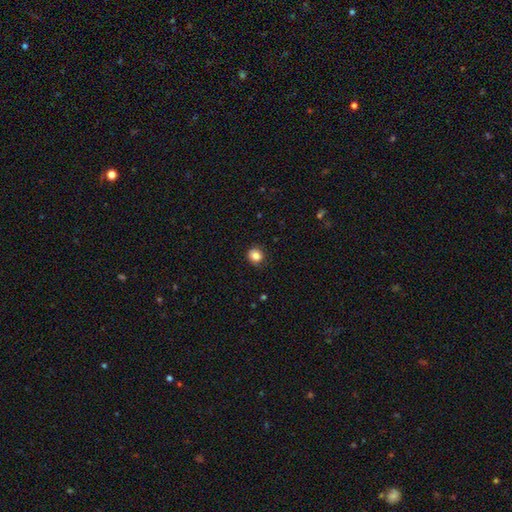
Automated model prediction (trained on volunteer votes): Smooth or featured? Predicted: smooth (p=0.85). How rounded? Predicted: round (p=0.82). Merging? Predicted: none (p=0.85).